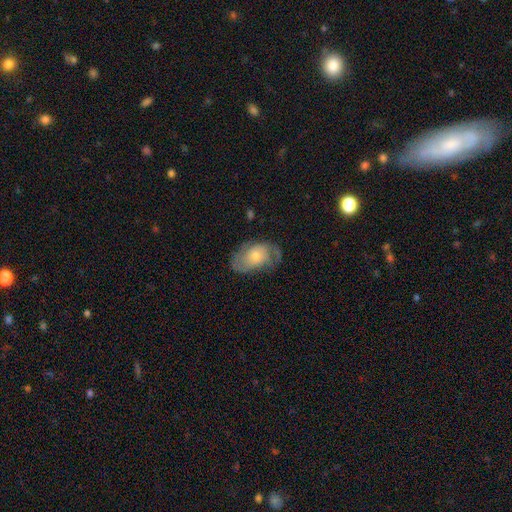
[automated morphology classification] Smooth or featured?
  - featured or disk: 63% *
  - smooth: 30%
  - star or artifact: 7%
Edge-on disk?
  - no: 95% *
  - yes: 5%
Bar?
  - no: 76% *
  - weak: 20%
  - strong: 4%
Spiral arms?
  - yes: 83% *
  - no: 17%
Spiral winding?
  - medium: 42% *
  - tight: 34%
  - loose: 24%
Spiral arm count?
  - 2: 68% *
  - can't tell: 20%
  - 1: 5%
  - 3: 4%
  - 4: 2%
  - more than 4: 2%
Bulge size?
  - small: 52% *
  - moderate: 41%
  - large: 4%
  - none: 2%
  - dominant: 1%
Merging?
  - none: 63% *
  - minor disturbance: 23%
  - major disturbance: 12%
  - merger: 1%